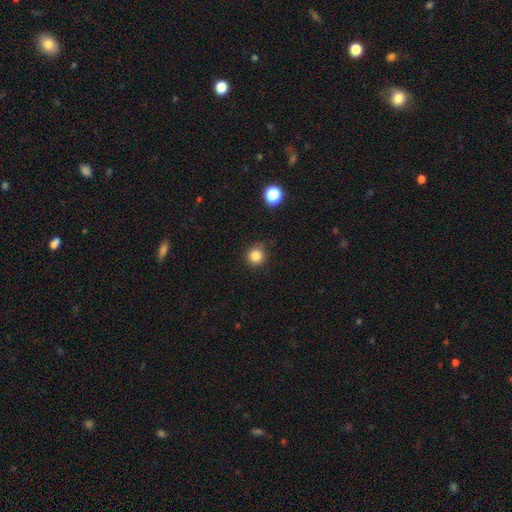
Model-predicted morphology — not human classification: Overall: smooth (84%). How rounded: round (93%). Merging: none (85%).